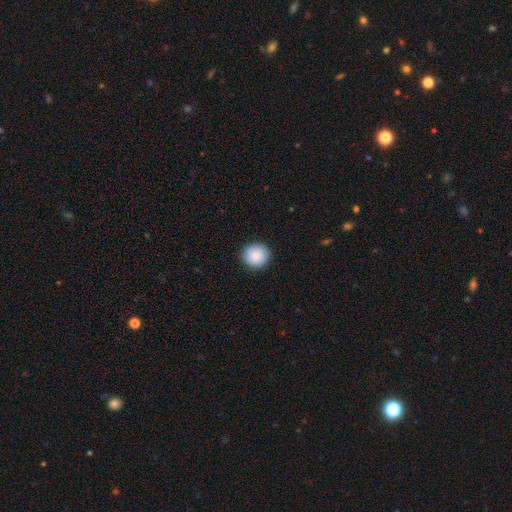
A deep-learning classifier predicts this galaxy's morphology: smooth 87%, star or artifact 7%, featured or disk 6%. Down the decision tree: how rounded — round (91%); merging — none (88%).